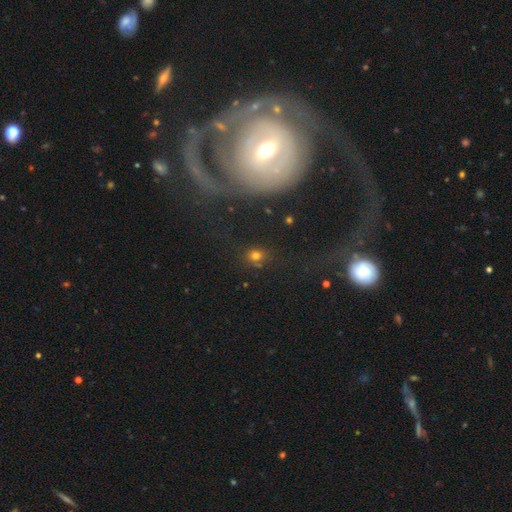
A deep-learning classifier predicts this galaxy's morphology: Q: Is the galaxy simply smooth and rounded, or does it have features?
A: smooth — 70%.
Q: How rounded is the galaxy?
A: round — 75%.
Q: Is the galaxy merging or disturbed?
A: none — 78%.